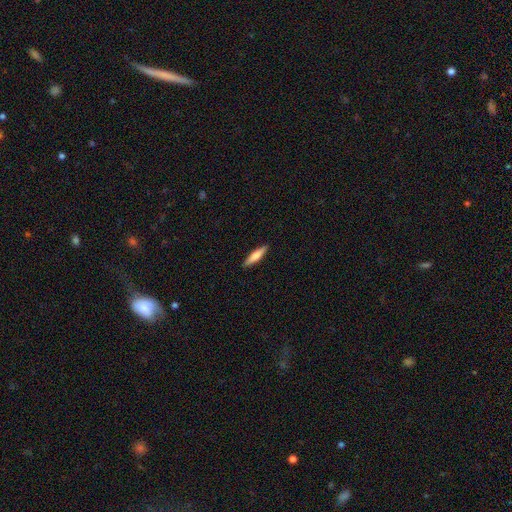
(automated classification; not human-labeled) Morphology: type=smooth (67%); roundness=cigar-shaped (80%); merging=none (91%).